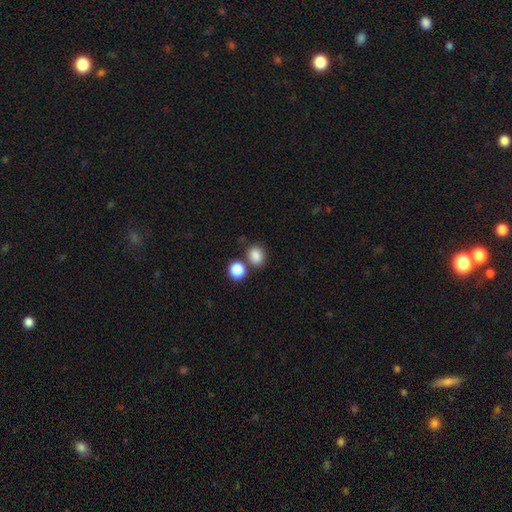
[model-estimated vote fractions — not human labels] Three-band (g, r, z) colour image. It shows a smooth galaxy with no disk features (85%) that is round (53%). Merging: none (69%).